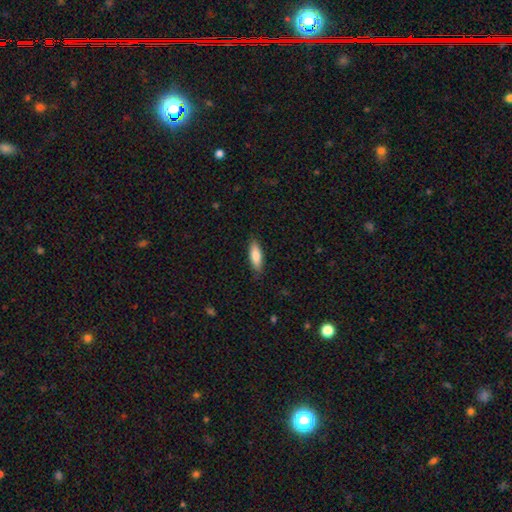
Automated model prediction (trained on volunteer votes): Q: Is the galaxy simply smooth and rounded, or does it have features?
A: smooth — 80%.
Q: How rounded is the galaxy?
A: in between — 55%.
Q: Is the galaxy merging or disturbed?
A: none — 86%.